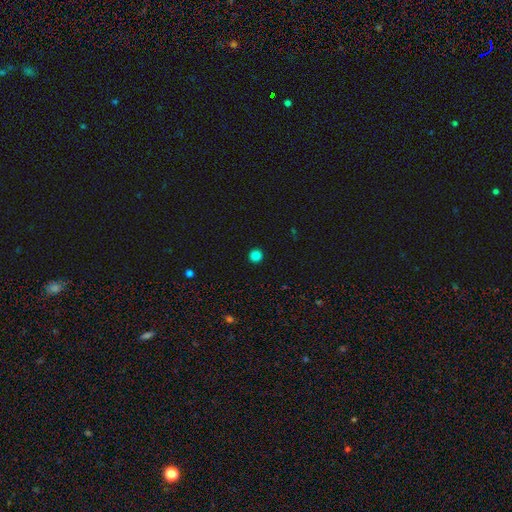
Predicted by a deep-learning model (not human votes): The model was most divided on "smooth or featured": smooth: 84%, star or artifact: 13%, featured or disk: 3%. More confident: how rounded — round (94%); merging — none (93%).